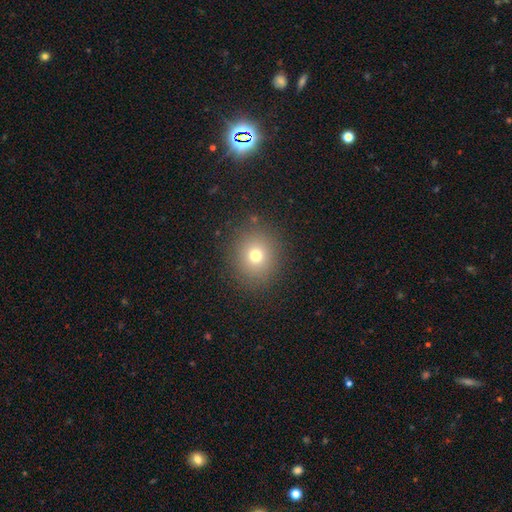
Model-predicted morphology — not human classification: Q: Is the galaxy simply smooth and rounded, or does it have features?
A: smooth — 73%.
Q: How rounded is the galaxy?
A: round — 85%.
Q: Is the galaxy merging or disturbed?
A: none — 88%.